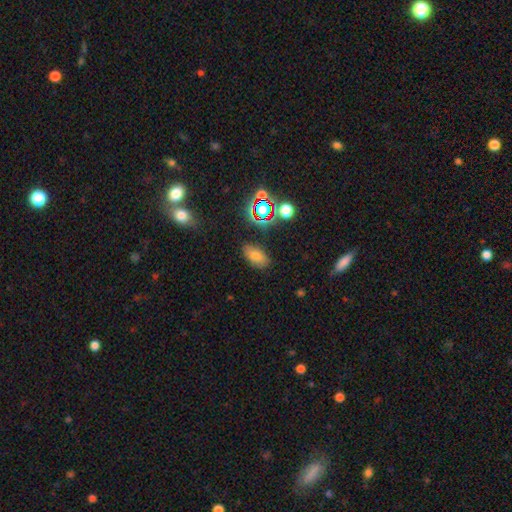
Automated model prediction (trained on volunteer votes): Overall: smooth (64%). How rounded: in between (88%). Merging: none (82%).